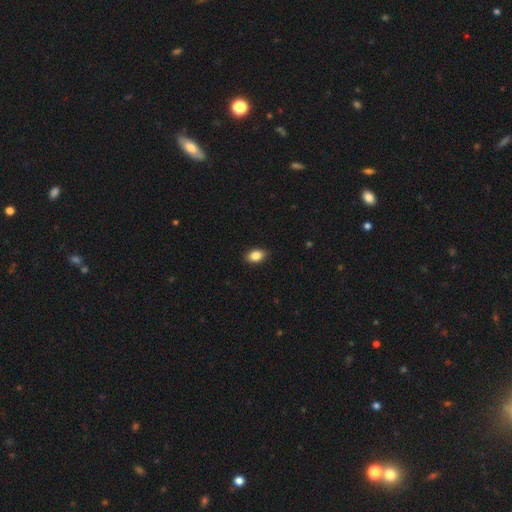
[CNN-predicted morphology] Q: Smooth or featured?
A: smooth (86%); runner-up: star or artifact (8%)
Q: How rounded?
A: in between (82%); runner-up: round (17%)
Q: Merging?
A: none (87%); runner-up: minor disturbance (10%)